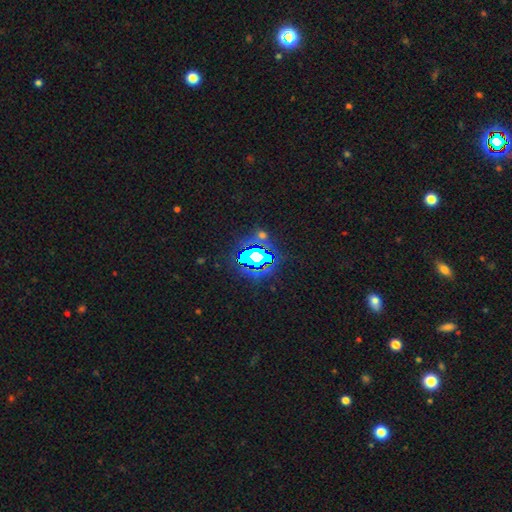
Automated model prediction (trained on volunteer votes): Smooth or featured: star or artifact — 71% (smooth — 17%)